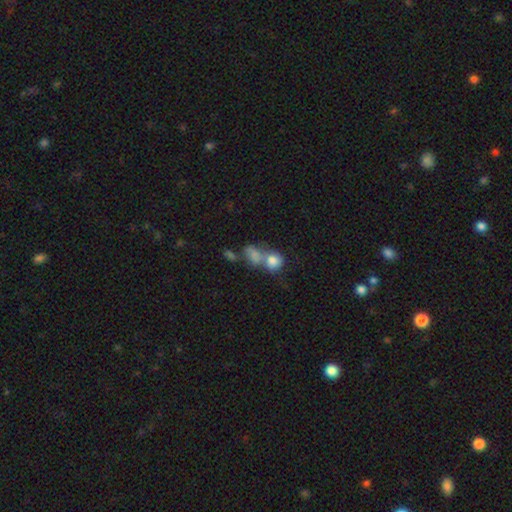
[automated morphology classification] A smooth galaxy with no disk features (65%) that is round (63%).

Vote fractions:
- Smooth or featured? smooth: 65% / star or artifact: 18% / featured or disk: 17%
- How rounded? round: 63% / in between: 34% / cigar-shaped: 3%
- Merging? merger: 53% / none: 32% / minor disturbance: 8% / major disturbance: 6%